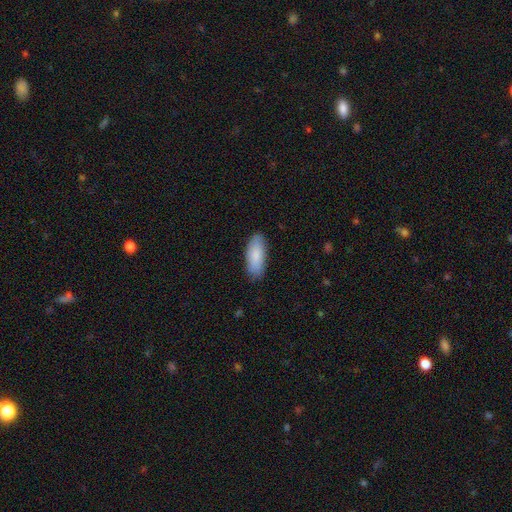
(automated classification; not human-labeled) smooth-or-featured: smooth: 87% | featured or disk: 8% | star or artifact: 5%
  how-rounded: in between: 81% | cigar-shaped: 17% | round: 2%
  merging: none: 84% | minor disturbance: 13% | major disturbance: 2% | merger: 1%